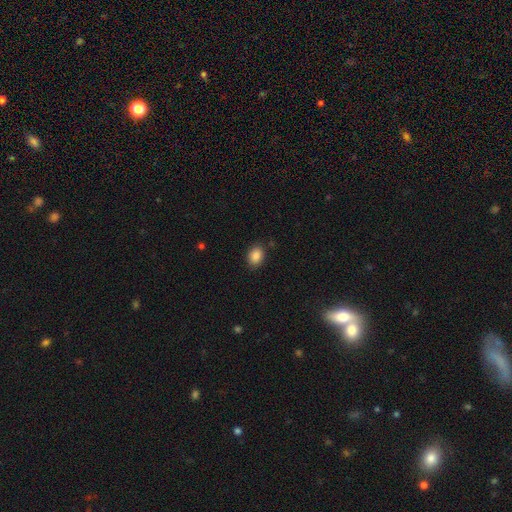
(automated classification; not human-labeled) Smooth or featured? Predicted: smooth (p=0.88). How rounded? Predicted: in between (p=0.73). Merging? Predicted: none (p=0.85).